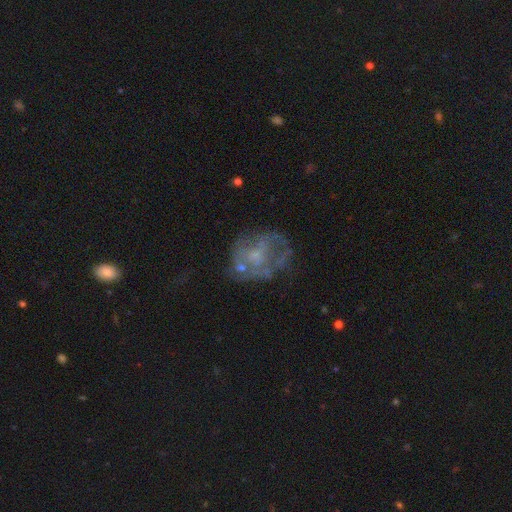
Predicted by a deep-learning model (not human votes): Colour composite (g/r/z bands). It shows a featured or disk galaxy (63%) with no bar (81%), no spiral arms (71%) and no central bulge (36%, tied with small). Merging: none (46%).